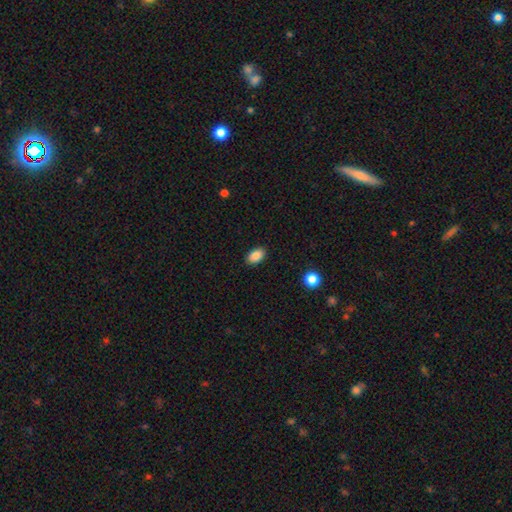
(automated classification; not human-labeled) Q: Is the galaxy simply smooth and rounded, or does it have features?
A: smooth — 87%.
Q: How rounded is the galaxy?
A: in between — 89%.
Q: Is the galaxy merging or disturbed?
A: none — 89%.